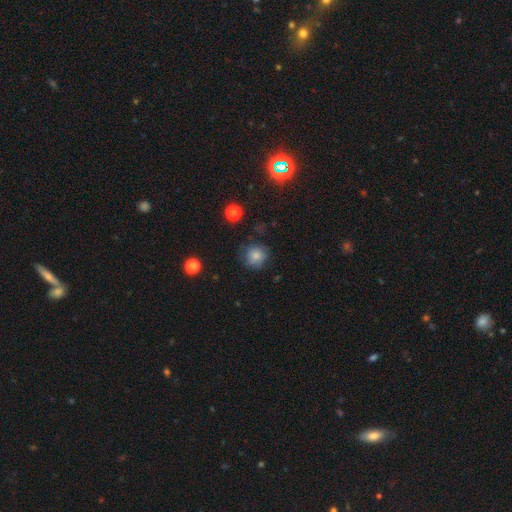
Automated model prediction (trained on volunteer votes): Q: Smooth or featured?
A: smooth (79%); runner-up: star or artifact (12%)
Q: How rounded?
A: round (88%); runner-up: in between (11%)
Q: Merging?
A: none (74%); runner-up: minor disturbance (18%)